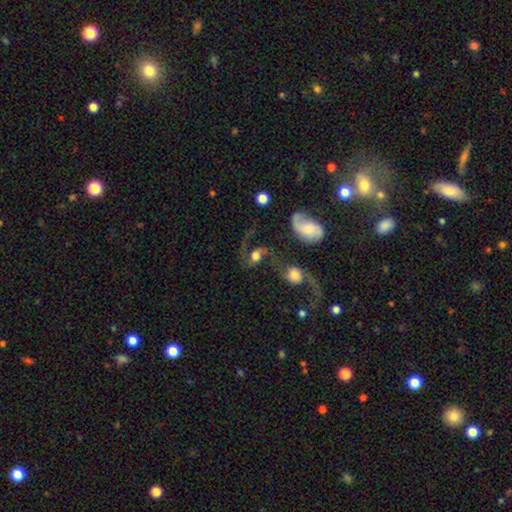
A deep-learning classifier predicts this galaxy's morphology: A featured or disk galaxy (66%) with no bar (54%), 2 (87%) loose (70%) spiral arms (88%) and a moderate central bulge (43%). Merging: none (35%).